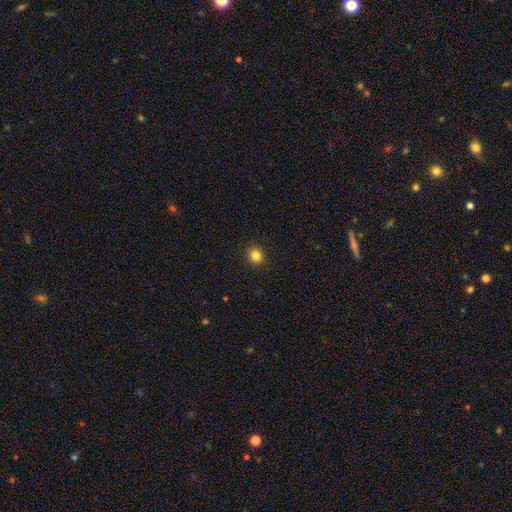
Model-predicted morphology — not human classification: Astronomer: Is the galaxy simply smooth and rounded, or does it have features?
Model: smooth — 84%.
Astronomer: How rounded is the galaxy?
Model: round — 72%.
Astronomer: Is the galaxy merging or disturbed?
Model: none — 91%.